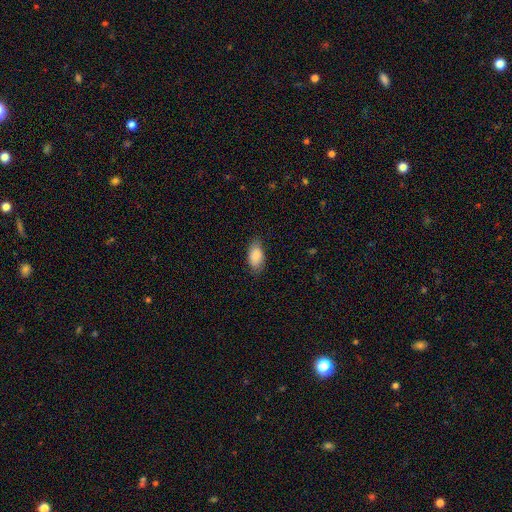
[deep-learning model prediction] Overall: smooth (88%). How rounded: in between (92%). Merging: none (79%).